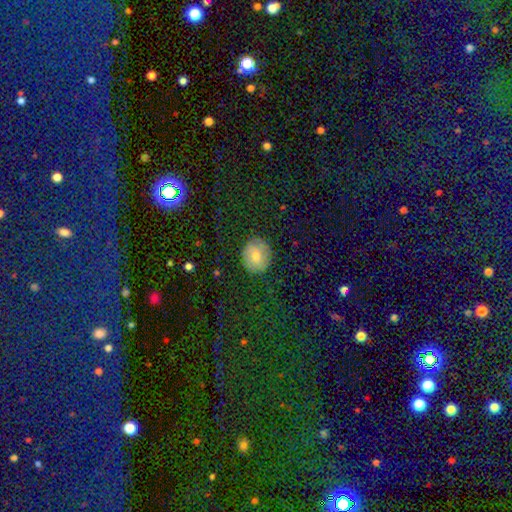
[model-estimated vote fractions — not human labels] A smooth galaxy with no disk features (68%) that is round (81%).

Vote fractions:
- Smooth or featured? smooth: 68% / featured or disk: 21% / star or artifact: 11%
- How rounded? round: 81% / in between: 18% / cigar-shaped: 1%
- Merging? none: 84% / minor disturbance: 12% / major disturbance: 3% / merger: 1%